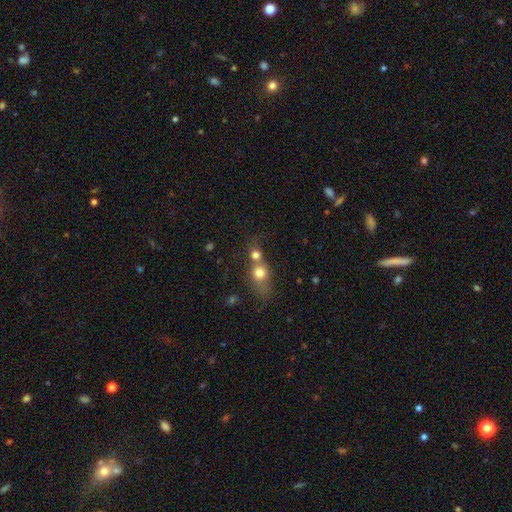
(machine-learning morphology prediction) A smooth galaxy with no disk features (71%) that is round (70%).

Vote fractions:
- Smooth or featured? smooth: 71% / featured or disk: 15% / star or artifact: 14%
- How rounded? round: 70% / in between: 27% / cigar-shaped: 3%
- Merging? merger: 57% / none: 29% / minor disturbance: 8% / major disturbance: 6%